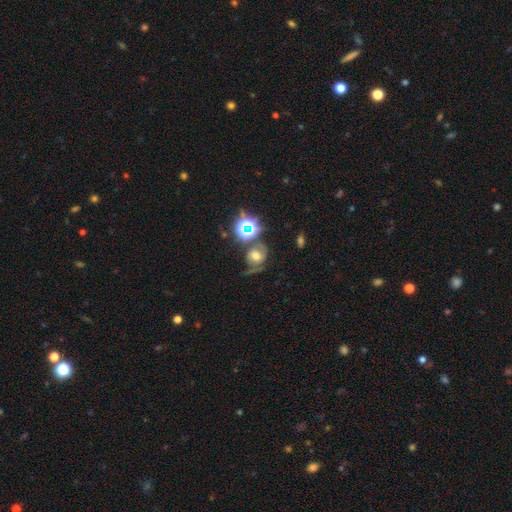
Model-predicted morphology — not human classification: type=smooth (42%); merging=none (45%).